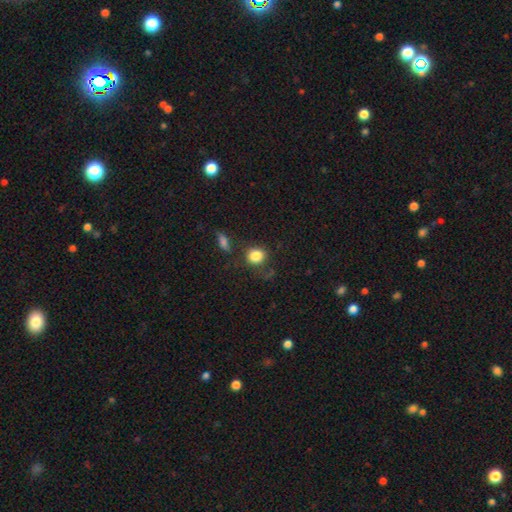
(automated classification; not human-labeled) smooth 85%, star or artifact 10%, featured or disk 6%. Down the decision tree: how rounded — round (74%); merging — none (71%).